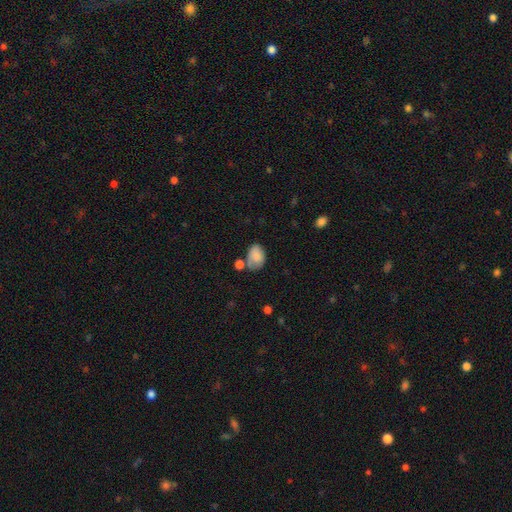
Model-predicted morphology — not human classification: A smooth galaxy with no disk features (82%) that is in between round and cigar-shaped (79%). Merging: none (48%).